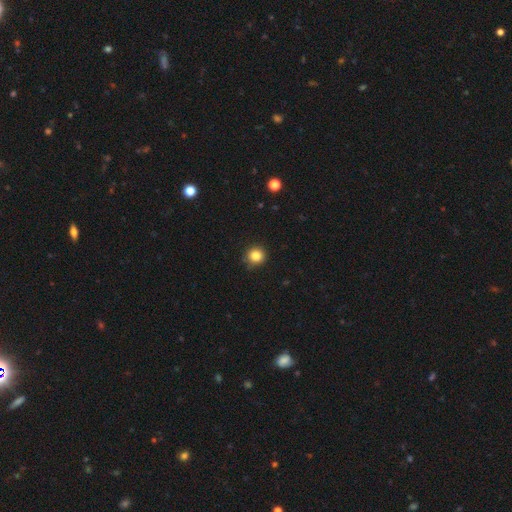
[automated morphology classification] This appears to be a smooth galaxy with no disk features (84%) that is round (92%). Merging: none (87%).